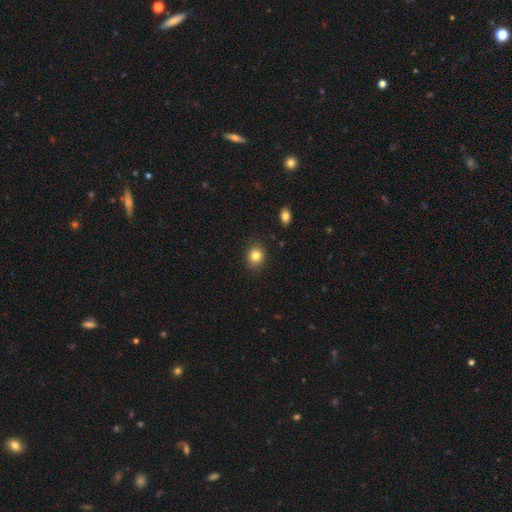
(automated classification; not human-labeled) smooth 82%, star or artifact 11%, featured or disk 7%. Down the decision tree: how rounded — round (65%); merging — none (88%).